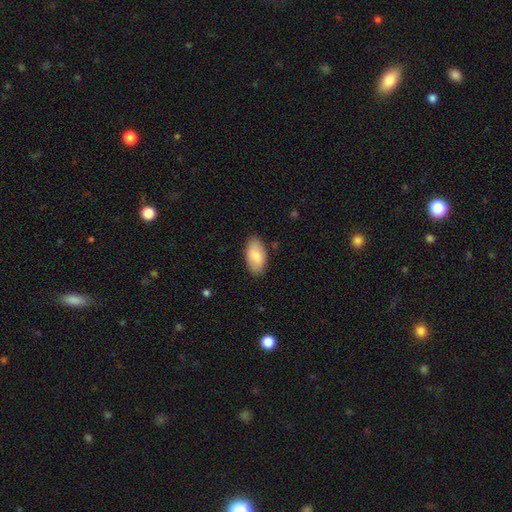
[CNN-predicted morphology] The model was most divided on "smooth or featured": smooth: 83%, featured or disk: 11%, star or artifact: 6%. More confident: how rounded — in between (95%); merging — none (85%).